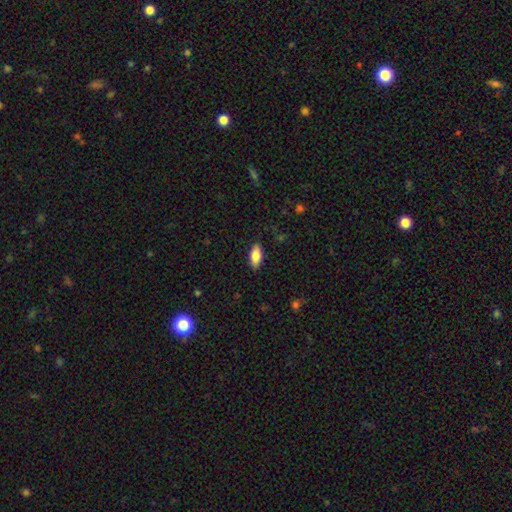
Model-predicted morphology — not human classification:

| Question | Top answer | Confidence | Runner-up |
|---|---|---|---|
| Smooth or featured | smooth | 82% | featured or disk (11%) |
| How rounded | in between | 87% | cigar-shaped (11%) |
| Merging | none | 88% | minor disturbance (9%) |